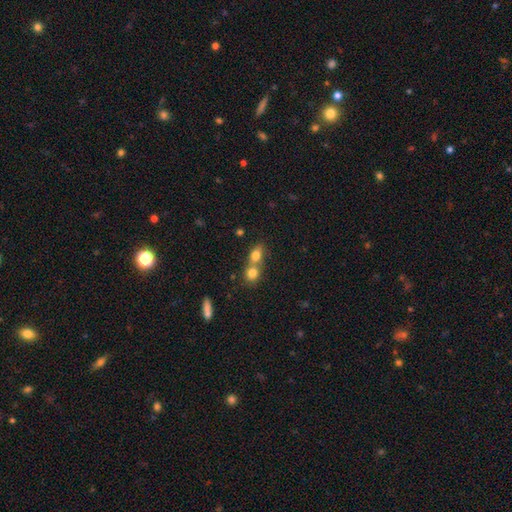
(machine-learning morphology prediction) Smooth or featured? Predicted: smooth (p=0.78). How rounded? Predicted: round (p=0.49). Merging? Predicted: merger (p=0.64).